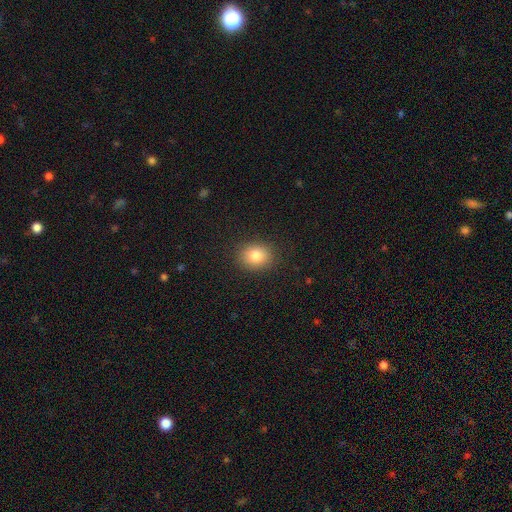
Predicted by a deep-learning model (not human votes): This is clearly a smooth galaxy (82%). How rounded: possibly round (58%). Merging: clearly none (88%).